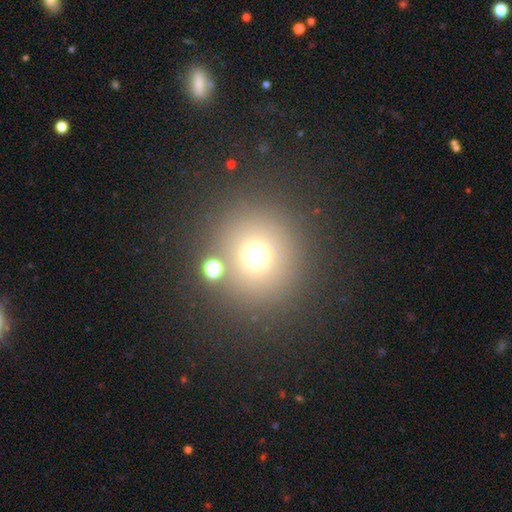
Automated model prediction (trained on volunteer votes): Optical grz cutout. It shows a smooth galaxy with no disk features (68%) that is round (93%). Merging: none (79%).